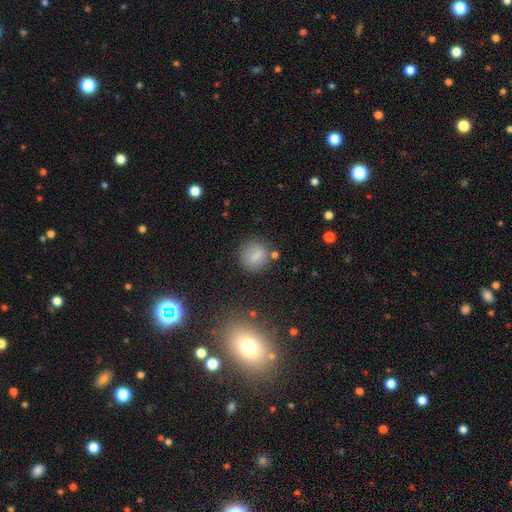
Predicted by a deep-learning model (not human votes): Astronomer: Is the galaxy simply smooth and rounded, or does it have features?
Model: smooth — 77%.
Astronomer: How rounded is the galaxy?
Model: round — 77%.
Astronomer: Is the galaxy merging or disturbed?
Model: none — 77%.